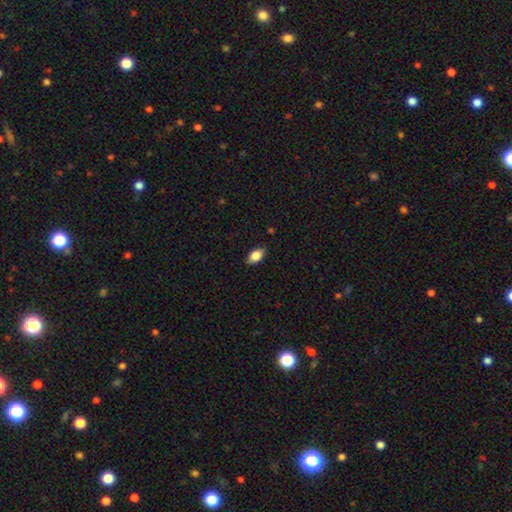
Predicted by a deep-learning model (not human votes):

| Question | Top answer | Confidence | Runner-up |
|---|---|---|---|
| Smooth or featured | smooth | 85% | featured or disk (8%) |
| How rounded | in between | 91% | round (5%) |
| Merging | none | 85% | minor disturbance (12%) |